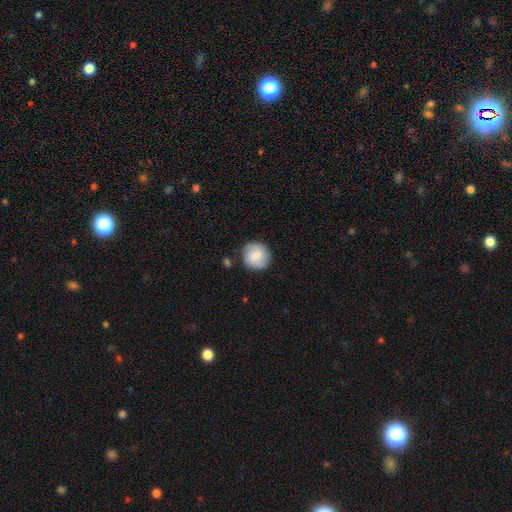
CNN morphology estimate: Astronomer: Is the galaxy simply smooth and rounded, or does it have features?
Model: smooth — 74%.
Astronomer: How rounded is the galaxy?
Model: round — 92%.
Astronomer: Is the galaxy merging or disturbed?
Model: none — 84%.